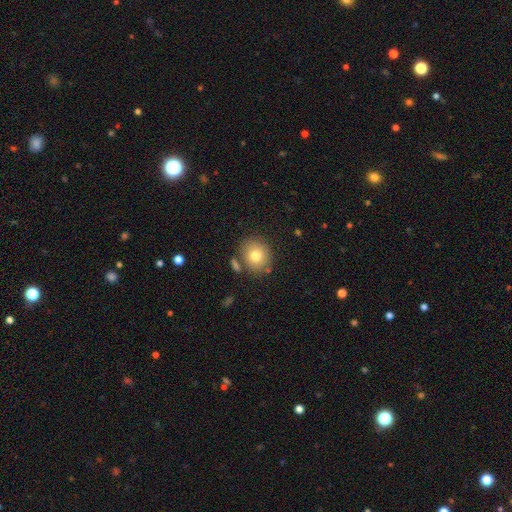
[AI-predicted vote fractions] smooth_or_featured: smooth (p=0.77) [alt: featured or disk p=0.13]
how_rounded: round (p=0.77) [alt: in between p=0.22]
merging: none (p=0.77) [alt: minor disturbance p=0.11]